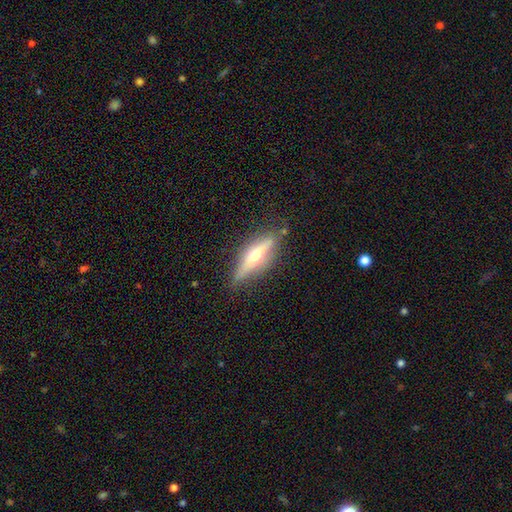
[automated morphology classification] featured or disk 67%, smooth 27%, star or artifact 7%. Down the decision tree: edge-on disk — yes (91%); edge-on bulge — rounded (93%); merging — none (79%).